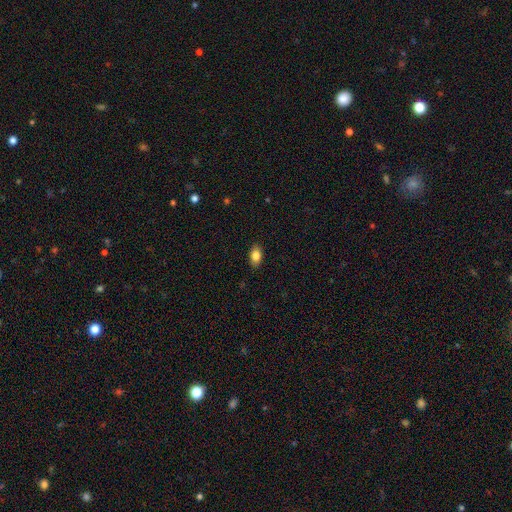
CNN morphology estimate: The model was most divided on "smooth or featured": smooth: 84%, star or artifact: 8%, featured or disk: 8%. More confident: how rounded — in between (90%); merging — none (88%).